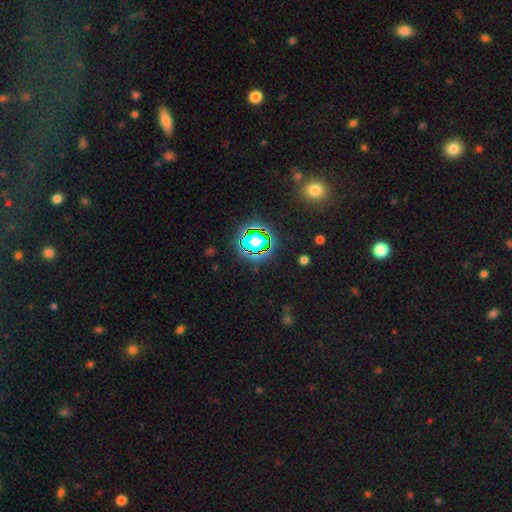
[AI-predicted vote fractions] A star or artifact, not a galaxy (75%).

Vote fractions:
- Smooth or featured? star or artifact: 75% / smooth: 16% / featured or disk: 9%